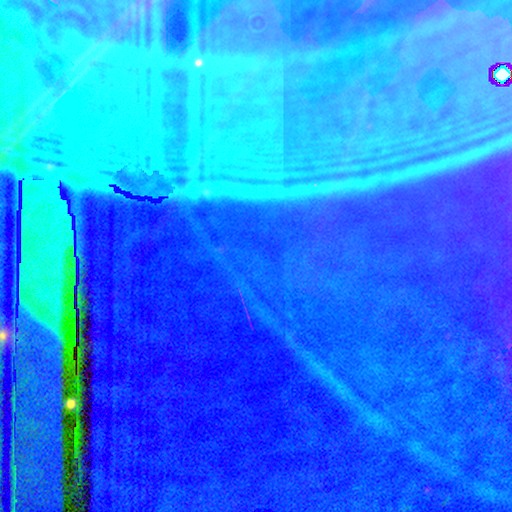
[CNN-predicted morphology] type=star or artifact (87%).